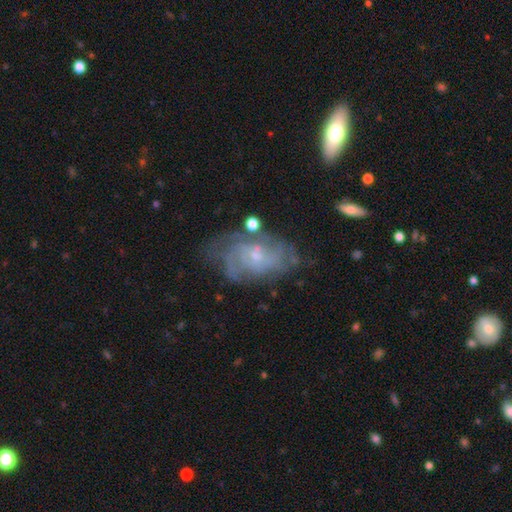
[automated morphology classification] Overall: featured or disk (77%). Edge-on disk: no (96%). Bar: no (67%; weak 29%). Spiral arms: yes (85%). Spiral arm count: can't tell (52%; 2 17%). Spiral winding: tight (52%; medium 35%). Bulge size: small (70%). Merging: none (58%; minor disturbance 23%).